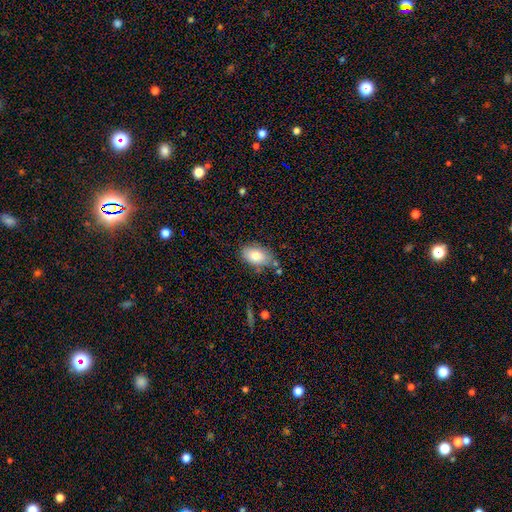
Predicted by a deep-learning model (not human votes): Overall: smooth (80%). How rounded: in between (91%). Merging: none (72%).